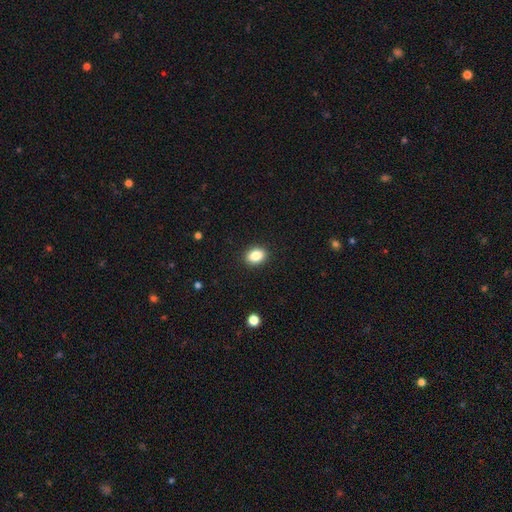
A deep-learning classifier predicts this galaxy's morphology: This is clearly a smooth galaxy (86%). How rounded: likely in between (63%). Merging: clearly none (91%).